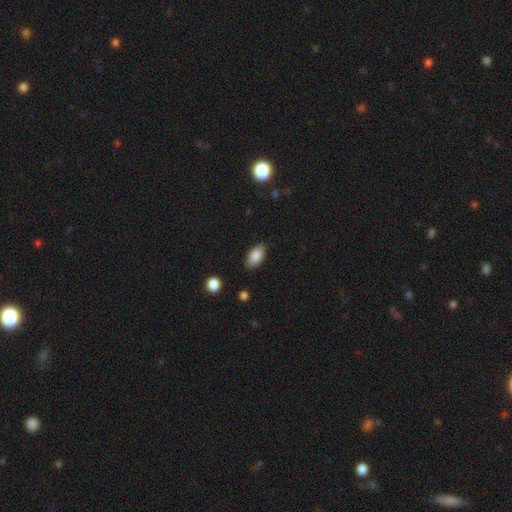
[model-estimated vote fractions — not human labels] This appears to be a smooth galaxy with no disk features (86%) that is in between round and cigar-shaped (93%). Merging: none (86%).